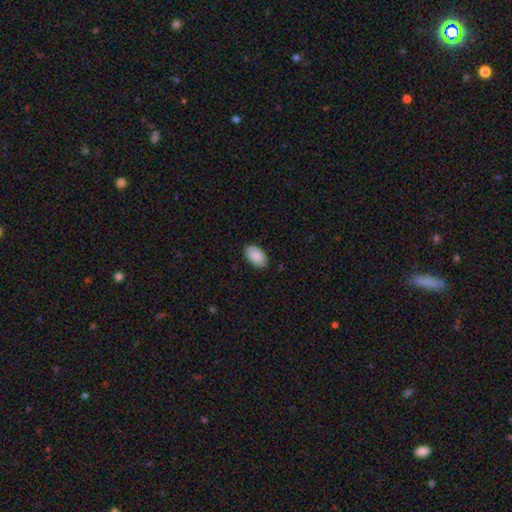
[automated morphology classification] Smooth or featured? smooth (91%)
How rounded? in between (95%)
Merging? none (87%)